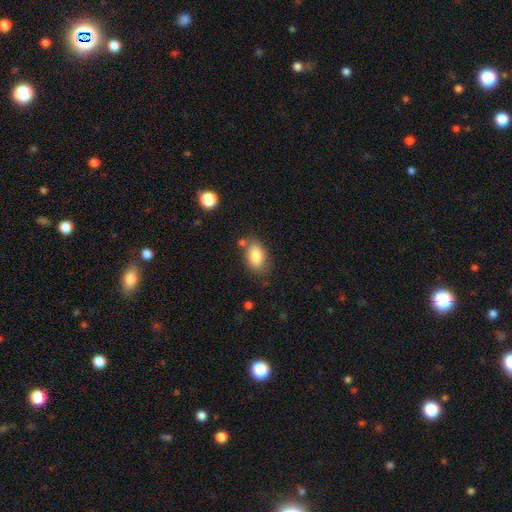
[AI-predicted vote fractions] smooth_or_featured: smooth (p=0.84) [alt: featured or disk p=0.08]
how_rounded: in between (p=0.90) [alt: round p=0.08]
merging: none (p=0.69) [alt: minor disturbance p=0.18]